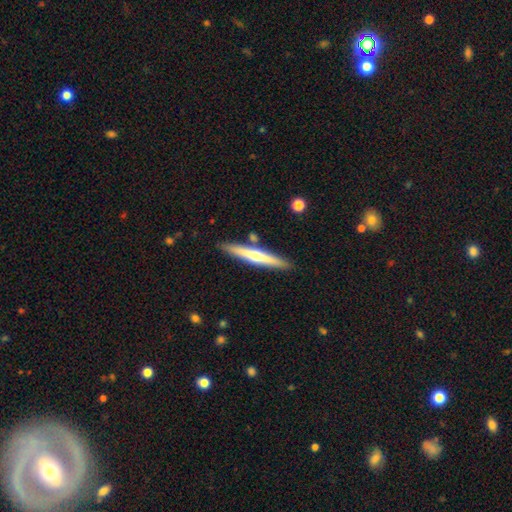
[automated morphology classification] A featured or disk galaxy (58%) viewed edge-on (96%) with a rounded central bulge (80%). Merging: none (88%).